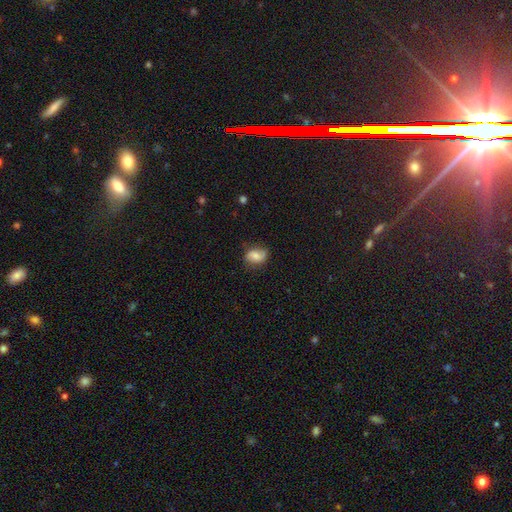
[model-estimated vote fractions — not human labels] Q: Smooth or featured?
A: smooth (64%); runner-up: featured or disk (28%)
Q: How rounded?
A: in between (70%); runner-up: round (29%)
Q: Merging?
A: none (70%); runner-up: minor disturbance (23%)